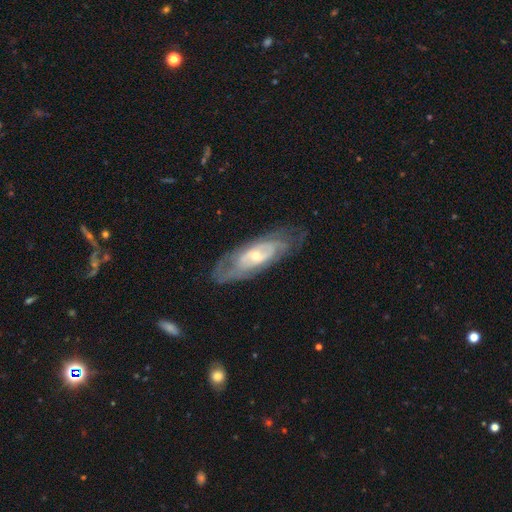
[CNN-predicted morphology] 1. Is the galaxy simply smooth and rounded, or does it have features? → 77% featured or disk, 17% smooth, 6% star or artifact.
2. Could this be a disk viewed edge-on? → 85% no, 15% yes.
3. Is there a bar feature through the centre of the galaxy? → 64% no, 27% weak, 9% strong.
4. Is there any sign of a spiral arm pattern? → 78% yes, 22% no.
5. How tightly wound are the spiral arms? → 60% tight, 30% medium, 10% loose.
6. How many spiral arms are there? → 50% can't tell, 34% 2, 6% 3, 4% 1, 3% 4, 3% more than 4.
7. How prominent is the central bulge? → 60% small, 37% moderate, 2% large, 1% none, 1% dominant.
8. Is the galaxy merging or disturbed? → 71% none, 19% minor disturbance, 9% major disturbance, 1% merger.